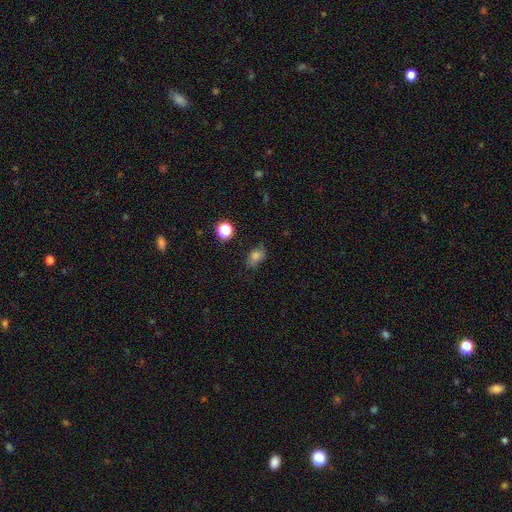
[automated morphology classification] The model was most divided on "merging": none: 69%, minor disturbance: 23%, major disturbance: 6%, merger: 2%. More confident: how rounded — in between (78%); smooth or featured — smooth (75%).